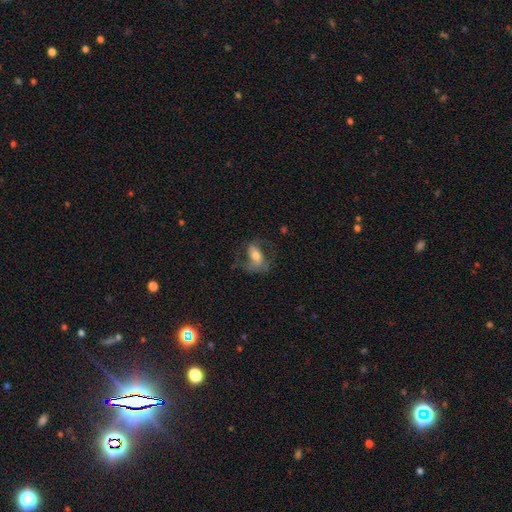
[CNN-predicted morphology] smooth-or-featured: smooth: 47% | featured or disk: 45% | star or artifact: 8%
  merging: none: 53% | major disturbance: 24% | minor disturbance: 21% | merger: 2%